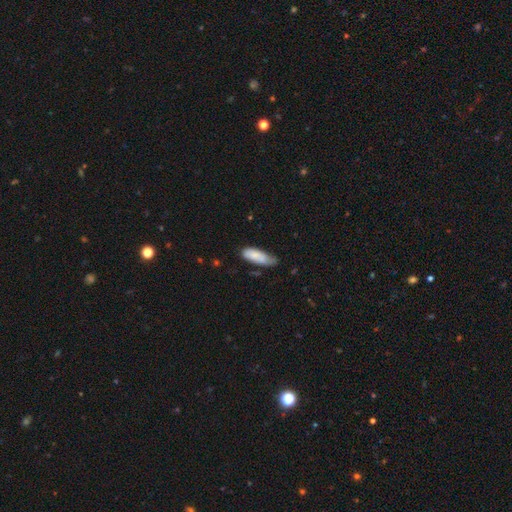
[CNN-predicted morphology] Smooth or featured? smooth (81%)
How rounded? in between (68%)
Merging? none (49%)